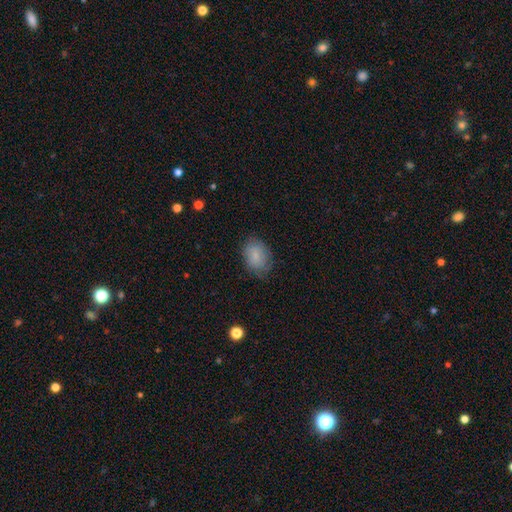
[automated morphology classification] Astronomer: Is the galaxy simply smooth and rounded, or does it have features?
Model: smooth — 80%.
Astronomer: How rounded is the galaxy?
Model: in between — 79%.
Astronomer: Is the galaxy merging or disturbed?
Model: none — 73%.